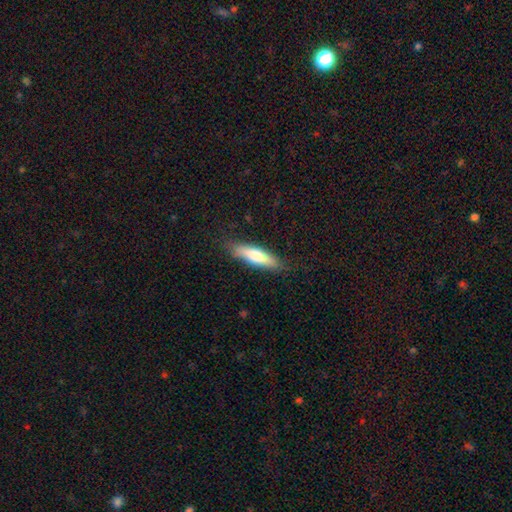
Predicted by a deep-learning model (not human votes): Overall: smooth (69%). How rounded: cigar-shaped (65%; in between 33%). Merging: none (82%).